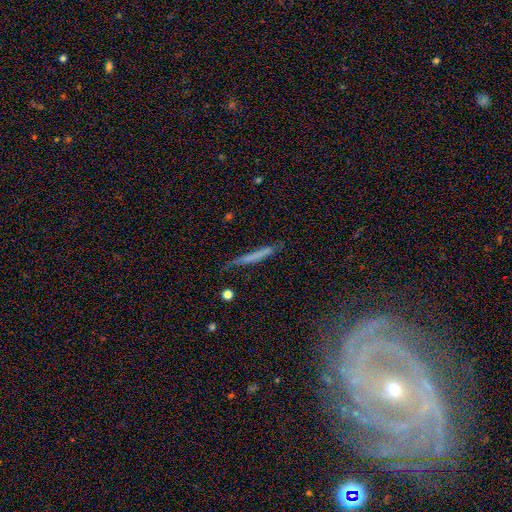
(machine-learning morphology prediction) Q: Smooth or featured?
A: smooth (62%); runner-up: featured or disk (31%)
Q: How rounded?
A: cigar-shaped (95%); runner-up: in between (3%)
Q: Merging?
A: none (73%); runner-up: minor disturbance (19%)